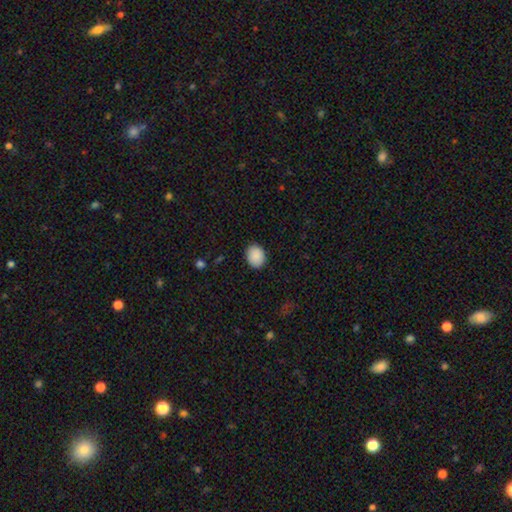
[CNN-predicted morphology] A smooth galaxy with no disk features (90%) that is in between round and cigar-shaped (51%). Merging: none (89%).